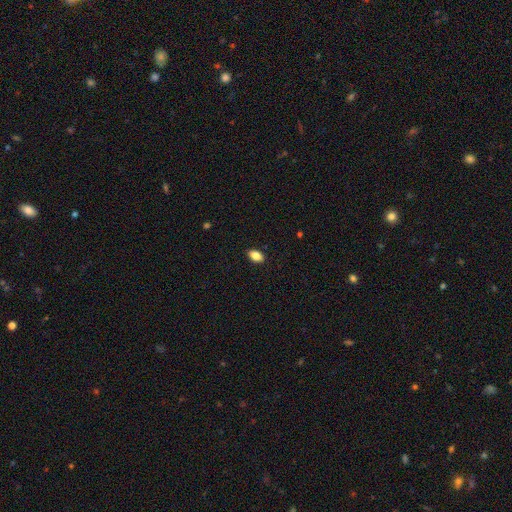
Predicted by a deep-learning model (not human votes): Smooth or featured? smooth (85%)
How rounded? in between (89%)
Merging? none (89%)